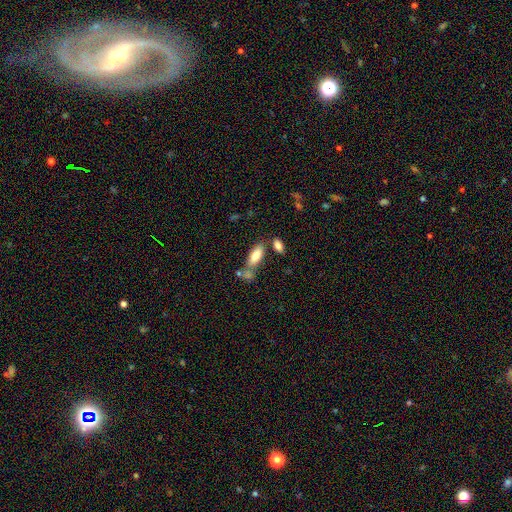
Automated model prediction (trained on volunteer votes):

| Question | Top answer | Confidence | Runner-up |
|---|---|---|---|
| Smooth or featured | smooth | 79% | featured or disk (15%) |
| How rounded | in between | 75% | cigar-shaped (23%) |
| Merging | none | 55% | merger (26%) |